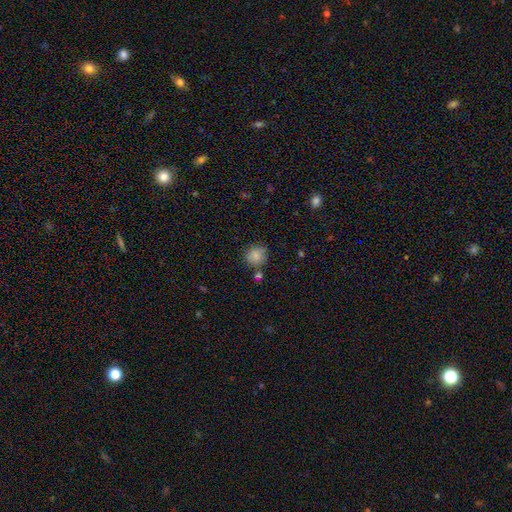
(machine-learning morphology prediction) A smooth galaxy with no disk features (84%) that is round (85%). Merging: none (73%).